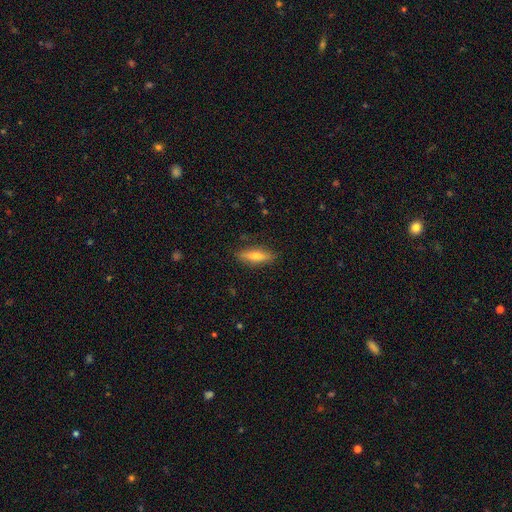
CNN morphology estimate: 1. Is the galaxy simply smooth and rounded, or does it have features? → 61% smooth, 32% featured or disk, 7% star or artifact.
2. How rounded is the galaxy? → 64% cigar-shaped, 34% in between, 2% round.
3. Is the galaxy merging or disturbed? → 86% none, 10% minor disturbance, 2% major disturbance, 1% merger.